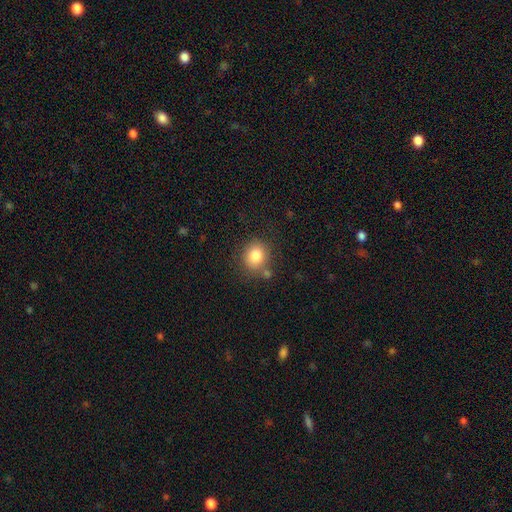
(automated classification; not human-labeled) smooth-or-featured: smooth: 82% | star or artifact: 10% | featured or disk: 8%
  how-rounded: round: 77% | in between: 22% | cigar-shaped: 1%
  merging: none: 74% | minor disturbance: 13% | merger: 8% | major disturbance: 4%